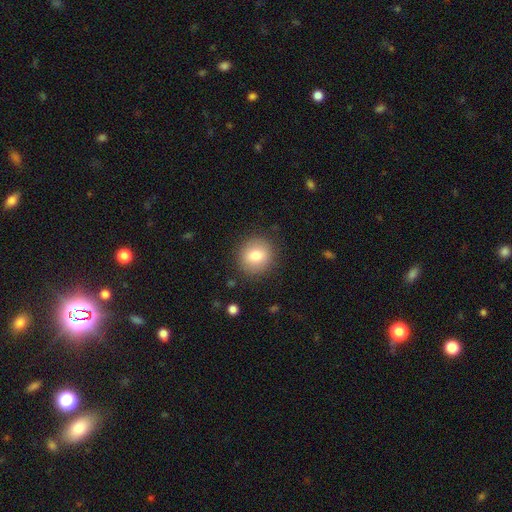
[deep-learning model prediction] smooth 78%, featured or disk 13%, star or artifact 9%. Down the decision tree: how rounded — round (86%); merging — none (88%).